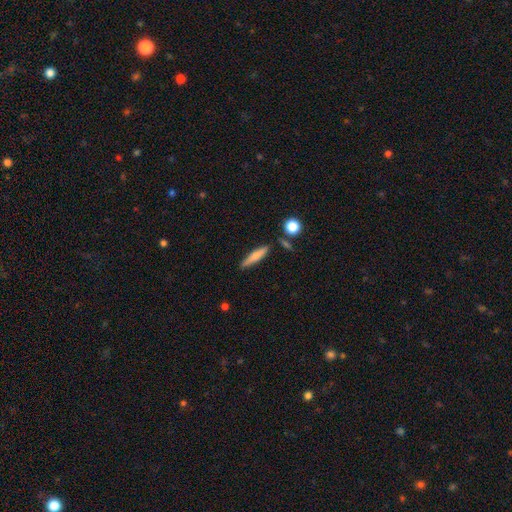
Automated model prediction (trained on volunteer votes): A smooth galaxy with no disk features (69%) that is cigar-shaped (86%). Merging: none (82%).